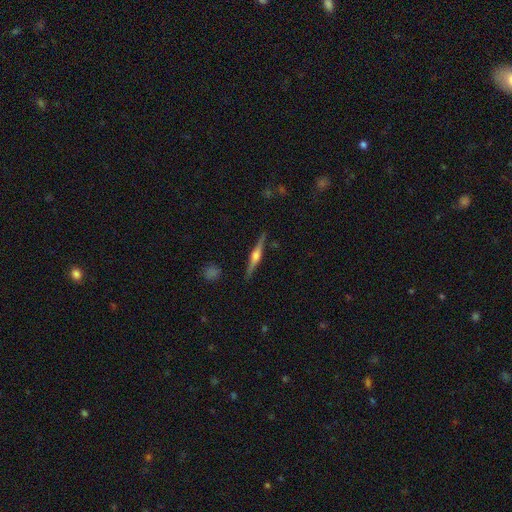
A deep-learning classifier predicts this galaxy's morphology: smooth-or-featured: featured or disk: 79% | smooth: 15% | star or artifact: 6%
  disk-edge-on: yes: 98% | no: 2%
    edge-on-bulge: rounded: 91% | boxy: 7% | none: 3%
  merging: none: 90% | minor disturbance: 8% | major disturbance: 2% | merger: 1%